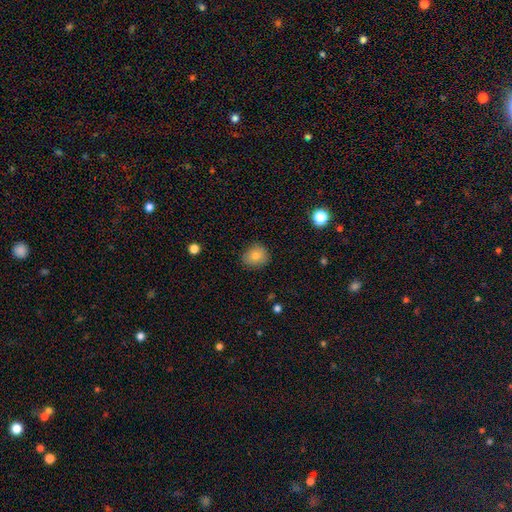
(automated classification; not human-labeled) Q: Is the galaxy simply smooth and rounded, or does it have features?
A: smooth — 81%.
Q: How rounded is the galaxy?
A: round — 67%.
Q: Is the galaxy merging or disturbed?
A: none — 84%.